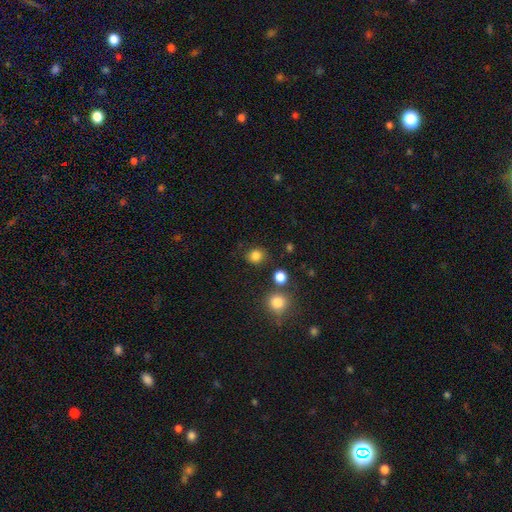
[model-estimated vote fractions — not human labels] Smooth or featured?
  - smooth: 83% *
  - star or artifact: 13%
  - featured or disk: 4%
How rounded?
  - round: 78% *
  - in between: 21%
  - cigar-shaped: 1%
Merging?
  - none: 82% *
  - minor disturbance: 10%
  - merger: 4%
  - major disturbance: 3%